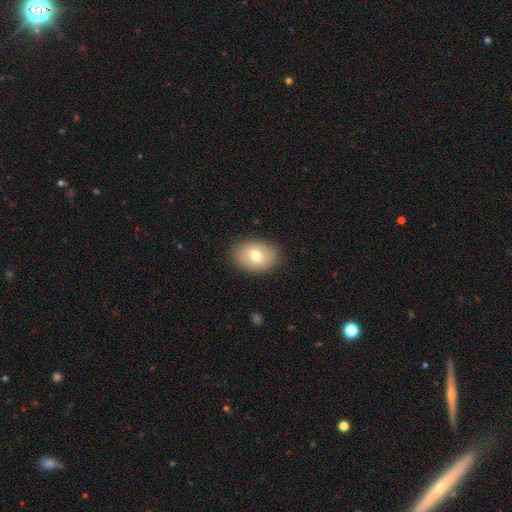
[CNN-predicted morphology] type=smooth (74%); roundness=in between (76%); merging=none (88%).